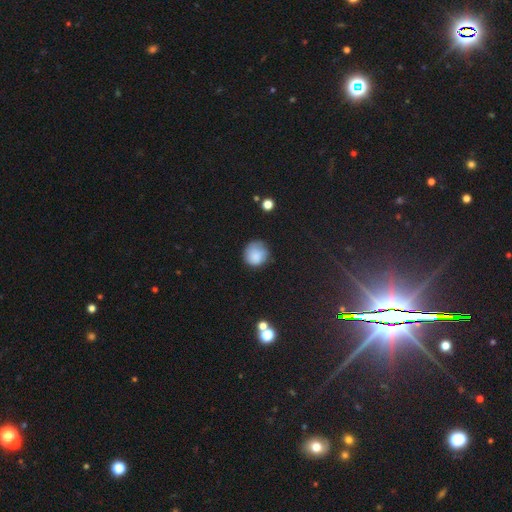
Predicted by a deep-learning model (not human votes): smooth-or-featured: smooth: 82% | star or artifact: 10% | featured or disk: 9%
  how-rounded: round: 89% | in between: 10% | cigar-shaped: 1%
  merging: none: 65% | minor disturbance: 26% | major disturbance: 7% | merger: 2%